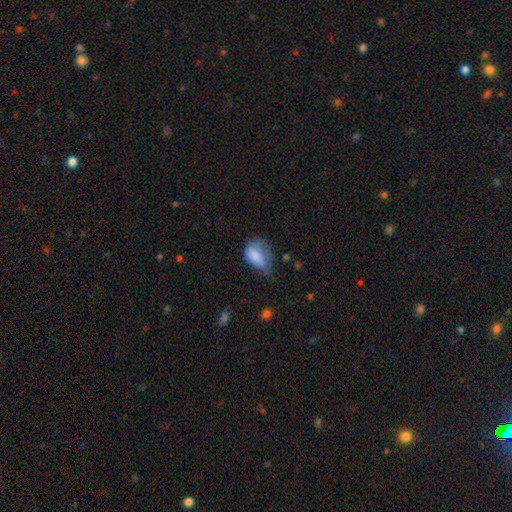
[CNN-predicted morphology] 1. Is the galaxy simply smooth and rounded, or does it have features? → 74% smooth, 18% featured or disk, 8% star or artifact.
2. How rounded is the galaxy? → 85% in between, 13% round, 2% cigar-shaped.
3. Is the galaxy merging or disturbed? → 38% minor disturbance, 31% none, 29% major disturbance, 3% merger.